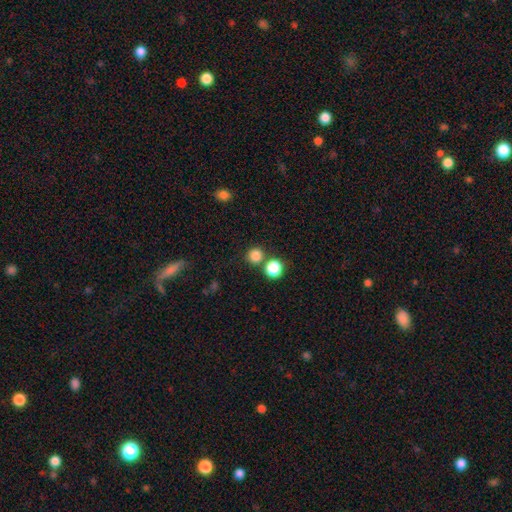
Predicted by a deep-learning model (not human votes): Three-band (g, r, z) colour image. It shows a smooth galaxy with no disk features (82%) that is round (92%). Merging: none (74%).